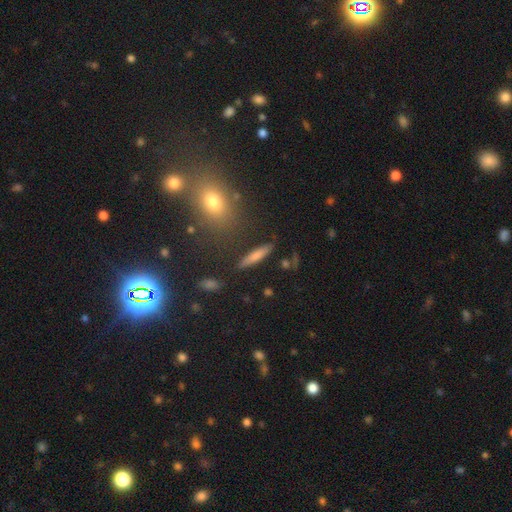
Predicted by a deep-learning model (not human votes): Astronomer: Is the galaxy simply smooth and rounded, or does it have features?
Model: smooth — 70%.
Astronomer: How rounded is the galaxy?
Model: cigar-shaped — 85%.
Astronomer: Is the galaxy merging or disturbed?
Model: none — 85%.